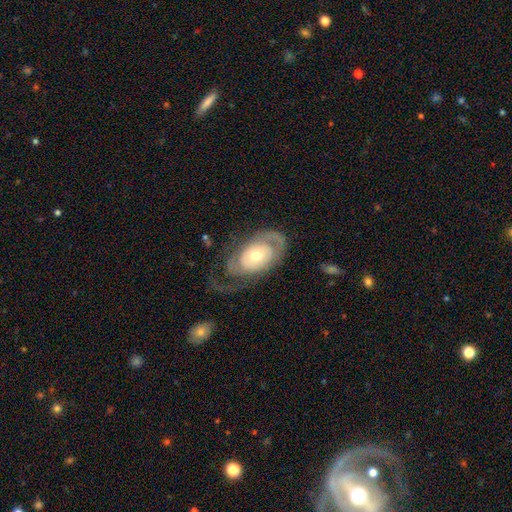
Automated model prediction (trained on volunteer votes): Smooth or featured: featured or disk — 73% (smooth — 22%)
Edge-on disk: no — 94% (yes — 6%)
Bar: no — 80% (weak — 16%)
Spiral arms: yes — 76% (no — 24%)
Spiral winding: tight — 53% (medium — 28%)
Spiral arm count: 2 — 34% (1 — 32%)
Bulge size: moderate — 62% (small — 28%)
Merging: none — 47% (major disturbance — 30%)